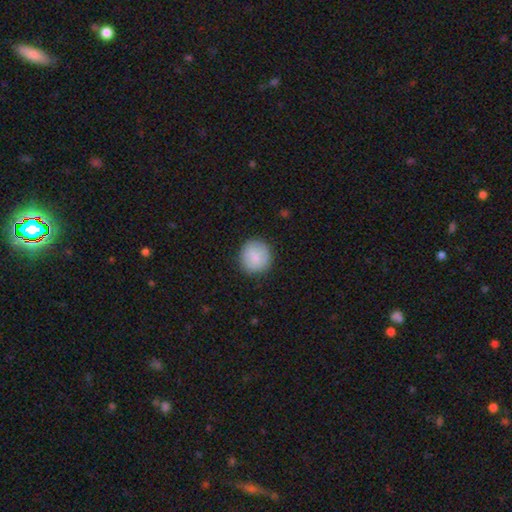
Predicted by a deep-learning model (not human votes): The model was most divided on "smooth or featured": smooth: 81%, featured or disk: 13%, star or artifact: 7%. More confident: how rounded — round (92%); merging — none (86%).